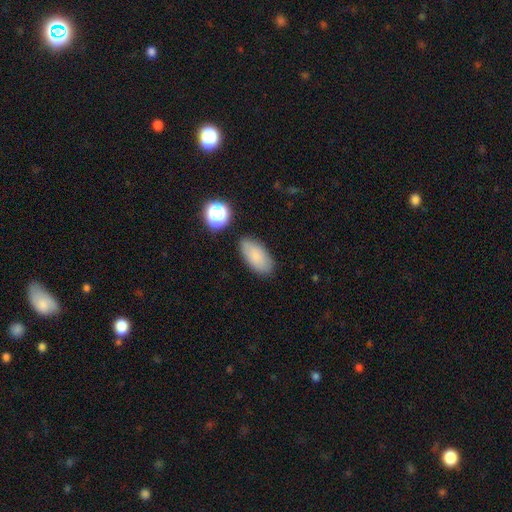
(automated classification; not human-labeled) Morphology: type=smooth (83%); roundness=in between (91%); merging=none (82%).